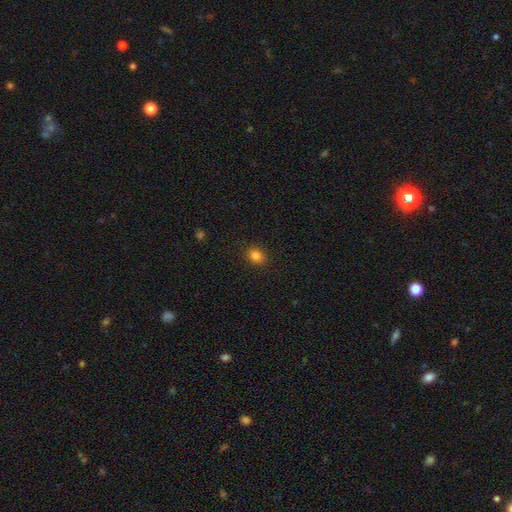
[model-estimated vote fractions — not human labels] Smooth or featured? smooth (83%)
How rounded? in between (58%)
Merging? none (89%)